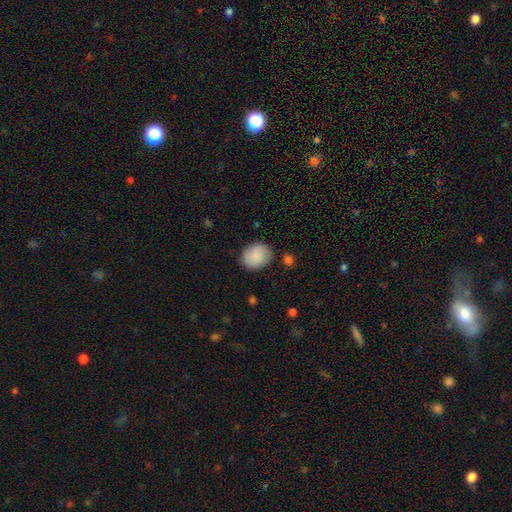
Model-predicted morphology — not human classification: The model was most divided on "how rounded": round: 56%, in between: 43%, cigar-shaped: 1%. More confident: smooth or featured — smooth (86%); merging — none (82%).